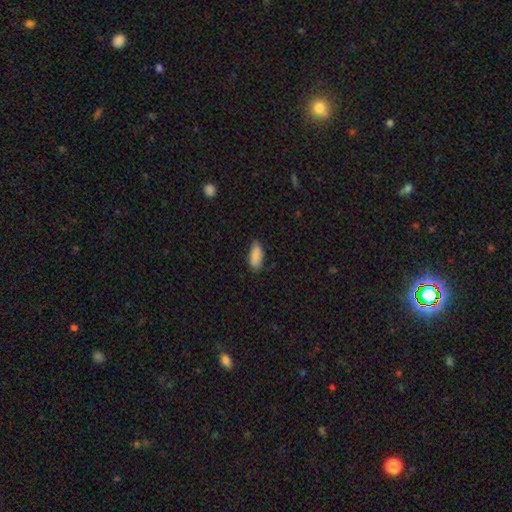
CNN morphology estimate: A smooth galaxy with no disk features (89%) that is in between round and cigar-shaped (81%).

Vote fractions:
- Smooth or featured? smooth: 89% / star or artifact: 7% / featured or disk: 5%
- How rounded? in between: 81% / cigar-shaped: 17% / round: 2%
- Merging? none: 80% / minor disturbance: 16% / major disturbance: 3% / merger: 1%